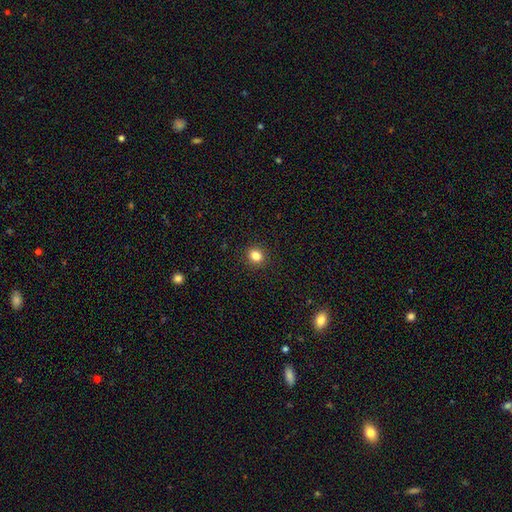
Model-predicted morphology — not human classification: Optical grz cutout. It shows a smooth galaxy with no disk features (84%) that is round (74%). Merging: none (91%).